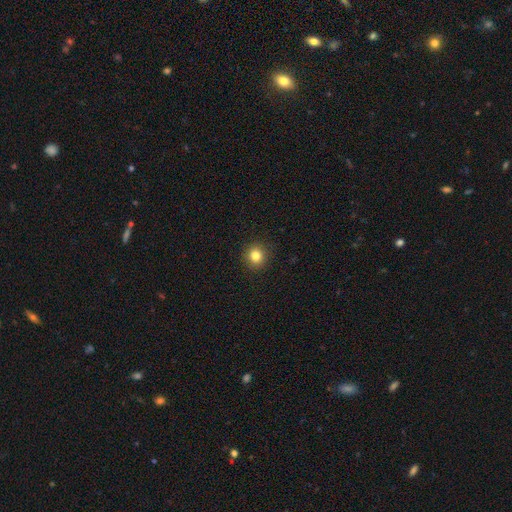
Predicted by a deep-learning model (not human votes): This is clearly a smooth galaxy (82%). How rounded: clearly round (92%). Merging: clearly none (92%).